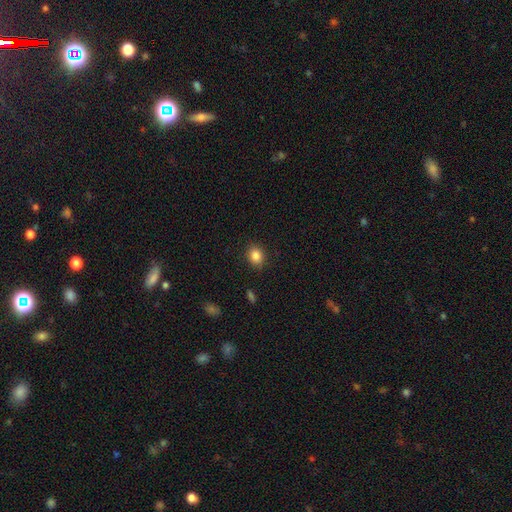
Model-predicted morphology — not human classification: Smooth or featured: smooth — 85% (star or artifact — 10%)
How rounded: round — 54% (in between — 45%)
Merging: none — 86% (minor disturbance — 11%)